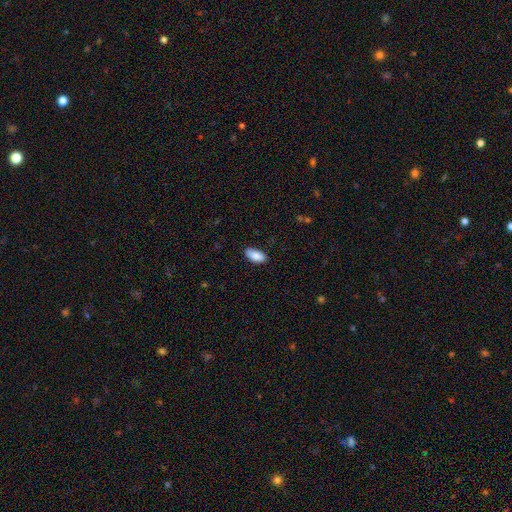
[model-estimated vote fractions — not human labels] The model was most divided on "merging": none: 83%, minor disturbance: 13%, major disturbance: 2%, merger: 1%. More confident: how rounded — in between (92%); smooth or featured — smooth (89%).